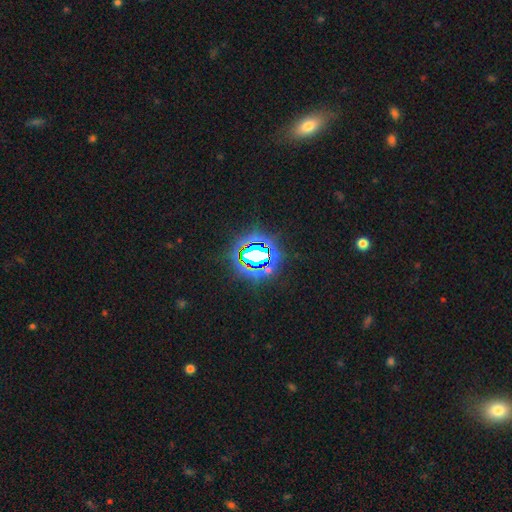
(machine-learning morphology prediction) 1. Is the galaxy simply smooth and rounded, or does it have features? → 72% star or artifact, 16% smooth, 12% featured or disk.